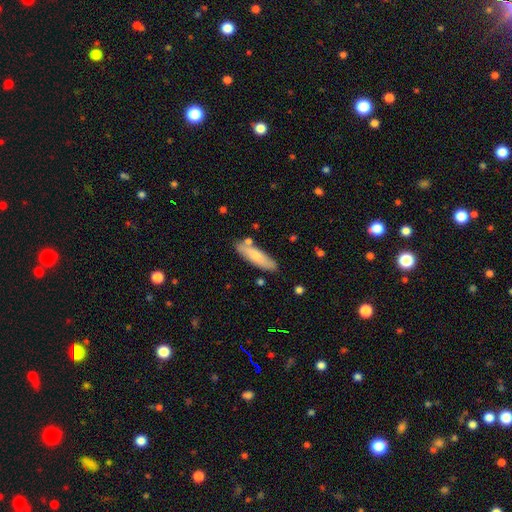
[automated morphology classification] A smooth galaxy with no disk features (72%) that is cigar-shaped (62%).

Vote fractions:
- Smooth or featured? smooth: 72% / featured or disk: 22% / star or artifact: 6%
- How rounded? cigar-shaped: 62% / in between: 36% / round: 2%
- Merging? none: 77% / minor disturbance: 14% / merger: 6% / major disturbance: 3%